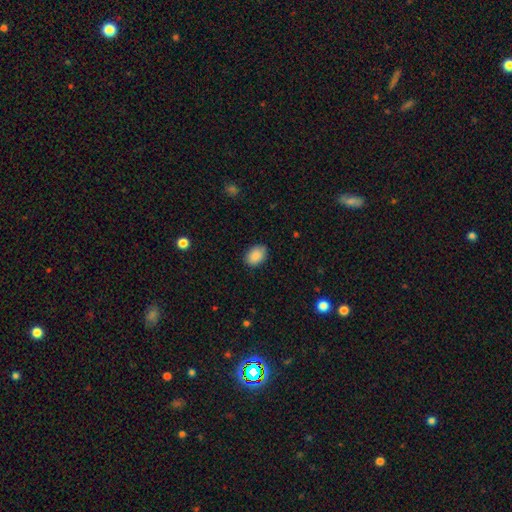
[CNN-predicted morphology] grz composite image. It shows a smooth galaxy with no disk features (90%) that is in between round and cigar-shaped (83%). Merging: none (86%).